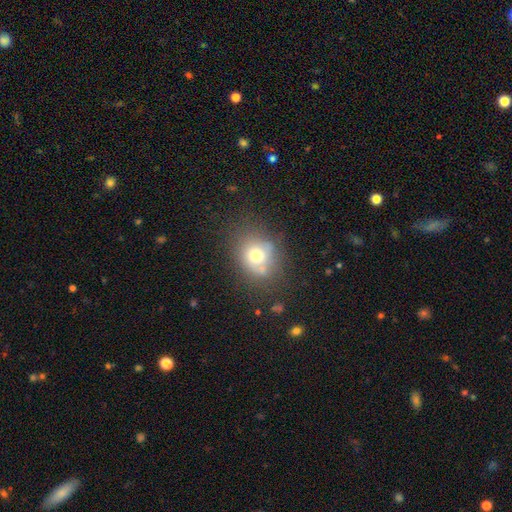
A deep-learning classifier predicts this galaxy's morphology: Smooth or featured: smooth — 68% (featured or disk — 19%)
How rounded: round — 63% (in between — 36%)
Merging: none — 58% (minor disturbance — 22%)